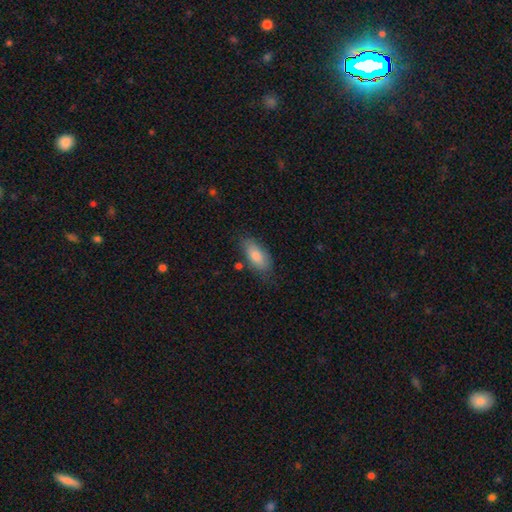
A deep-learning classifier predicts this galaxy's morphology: Smooth or featured: smooth — 82% (featured or disk — 12%)
How rounded: in between — 86% (cigar-shaped — 12%)
Merging: none — 74% (minor disturbance — 19%)